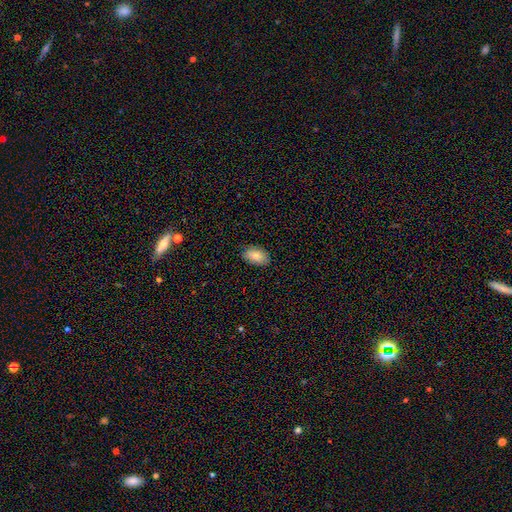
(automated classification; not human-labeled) Q: Smooth or featured?
A: smooth (84%); runner-up: featured or disk (9%)
Q: How rounded?
A: in between (93%); runner-up: round (6%)
Q: Merging?
A: none (86%); runner-up: minor disturbance (11%)